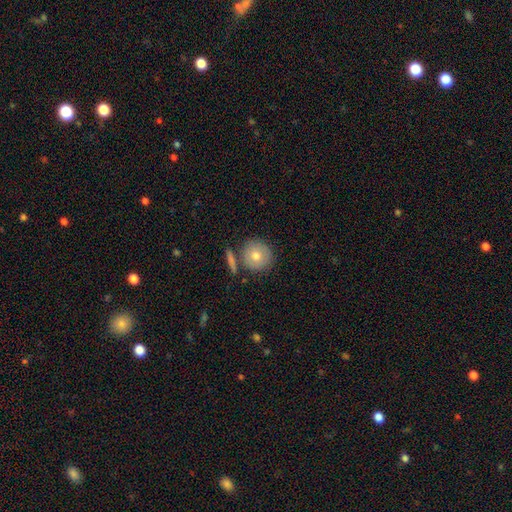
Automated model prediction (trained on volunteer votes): Overall: smooth (74%). How rounded: round (92%). Merging: none (74%).